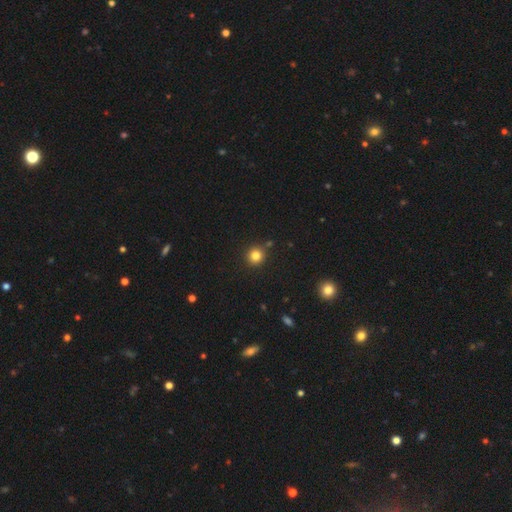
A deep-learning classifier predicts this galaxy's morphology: Smooth or featured? smooth (82%)
How rounded? round (93%)
Merging? none (86%)